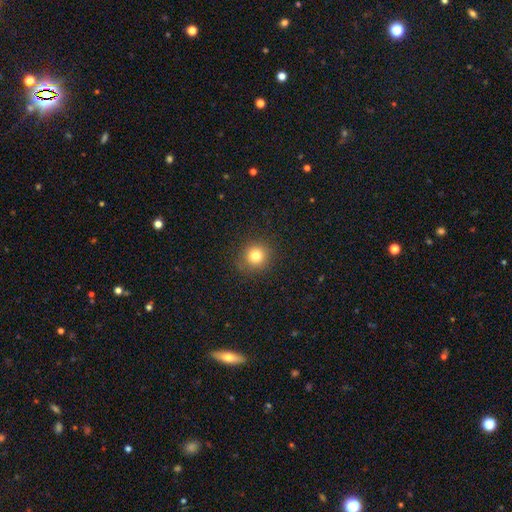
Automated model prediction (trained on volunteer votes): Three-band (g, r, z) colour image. It shows a smooth galaxy with no disk features (80%) that is round (93%). Merging: none (89%).